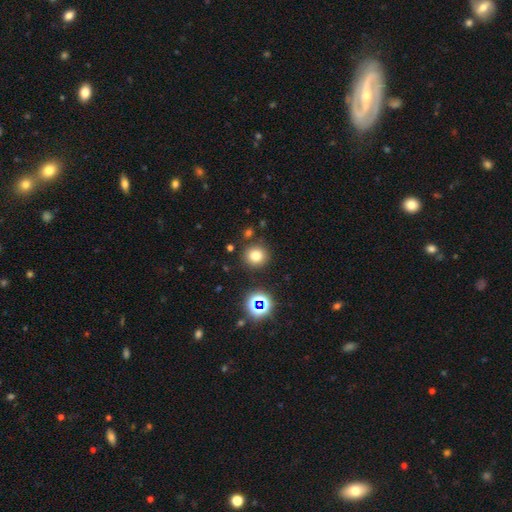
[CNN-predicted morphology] Smooth or featured? smooth (75%)
How rounded? round (90%)
Merging? none (86%)